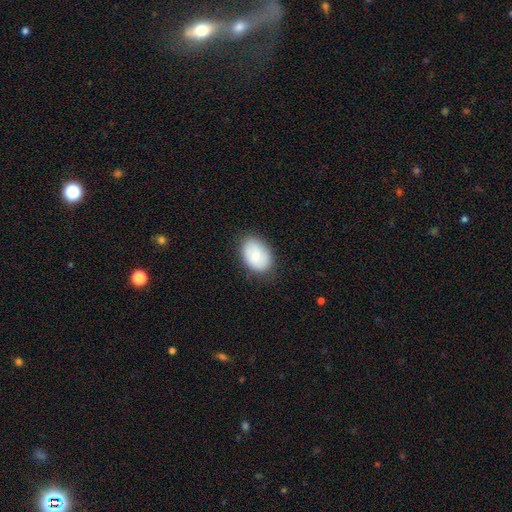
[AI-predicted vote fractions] This is clearly a smooth galaxy (80%). How rounded: clearly in between (85%). Merging: likely none (78%).